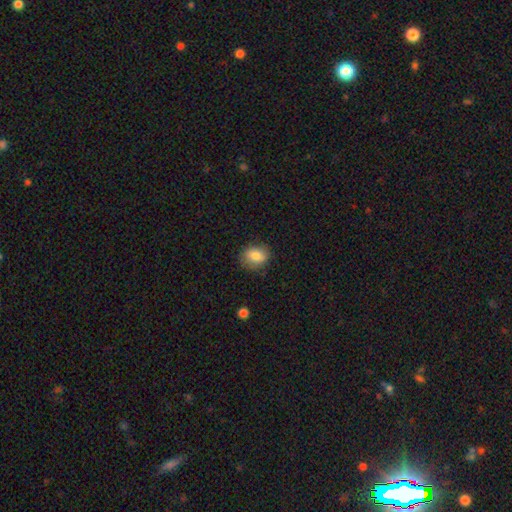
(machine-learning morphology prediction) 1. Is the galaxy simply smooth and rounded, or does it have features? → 80% smooth, 11% featured or disk, 9% star or artifact.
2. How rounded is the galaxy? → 51% round, 48% in between, 1% cigar-shaped.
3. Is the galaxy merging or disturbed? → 82% none, 14% minor disturbance, 3% major disturbance, 1% merger.